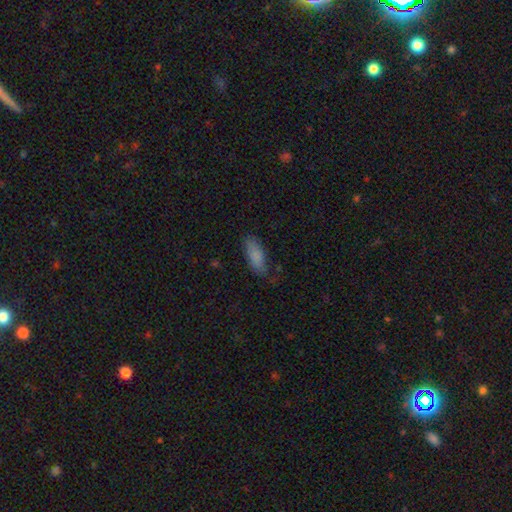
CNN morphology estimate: A smooth galaxy with no disk features (83%) that is in between round and cigar-shaped (78%). Merging: none (66%).